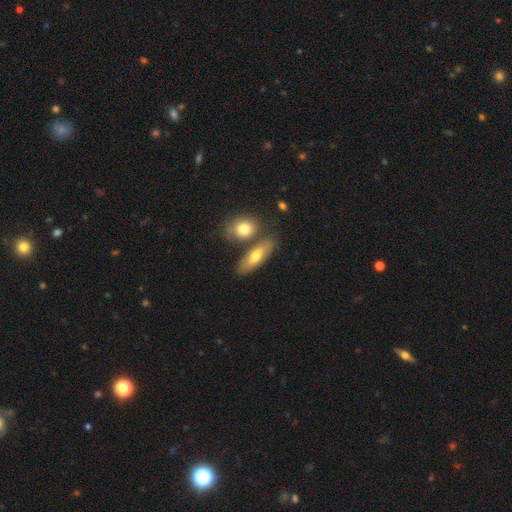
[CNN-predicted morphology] Overall: smooth (62%; featured or disk 32%). How rounded: in between (59%; cigar-shaped 36%). Merging: none (66%).